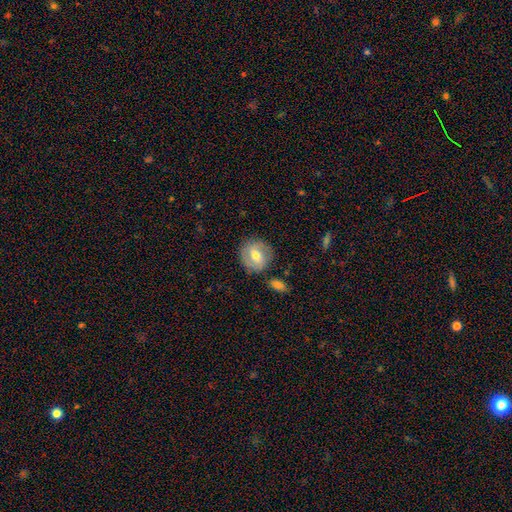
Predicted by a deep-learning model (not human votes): A smooth galaxy with no disk features (56%) that is round (81%). Merging: none (77%).